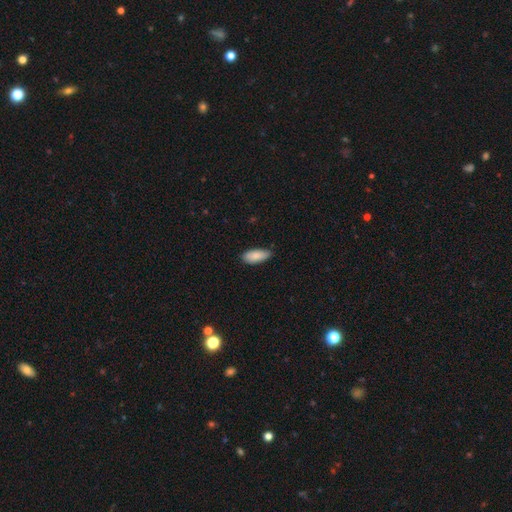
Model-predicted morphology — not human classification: The model was most divided on "merging": none: 76%, minor disturbance: 20%, major disturbance: 2%, merger: 1%. More confident: how rounded — in between (86%); smooth or featured — smooth (86%).